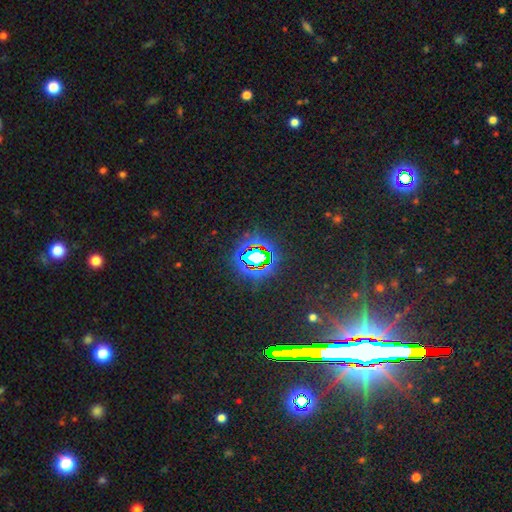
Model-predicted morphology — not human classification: The model was most divided on "smooth or featured": star or artifact: 76%, smooth: 14%, featured or disk: 10%.